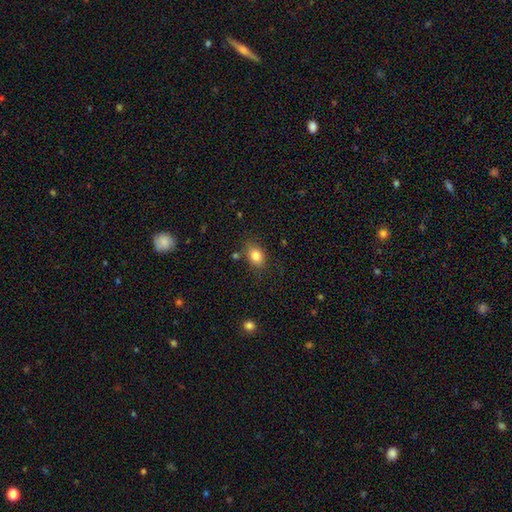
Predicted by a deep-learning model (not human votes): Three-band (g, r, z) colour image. It shows a smooth galaxy with no disk features (83%) that is in between round and cigar-shaped (68%). Merging: none (78%).